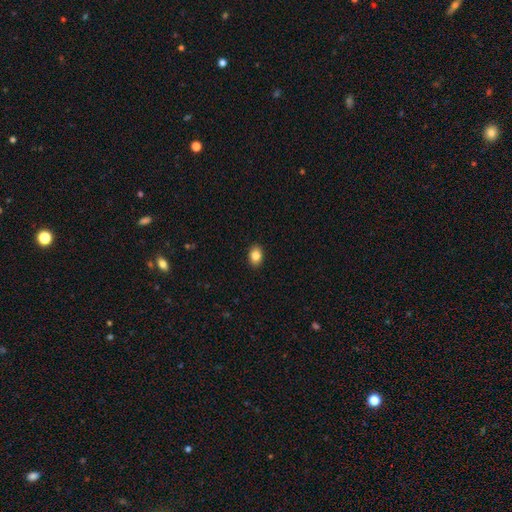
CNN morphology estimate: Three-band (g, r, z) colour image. It shows a smooth galaxy with no disk features (85%) that is in between round and cigar-shaped (77%). Merging: none (90%).